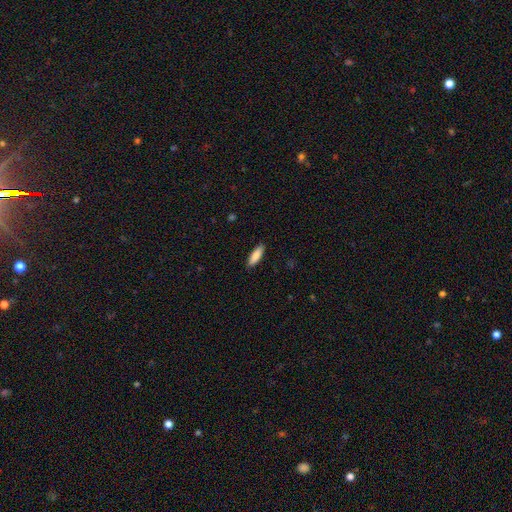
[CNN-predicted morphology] This appears to be a smooth galaxy with no disk features (86%) that is cigar-shaped (52%). Merging: none (89%).